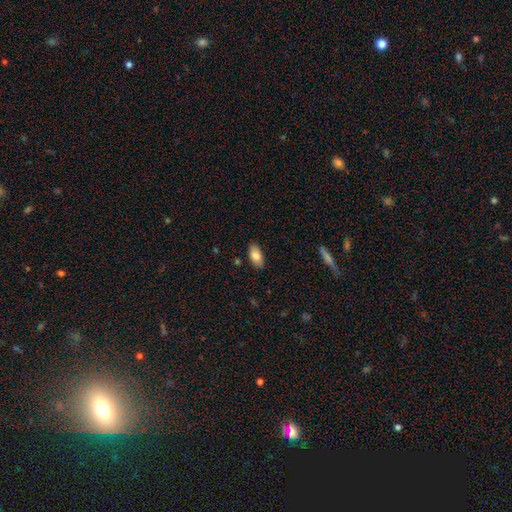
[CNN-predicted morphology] This is clearly a smooth galaxy (83%). How rounded: clearly in between (92%). Merging: clearly none (86%).